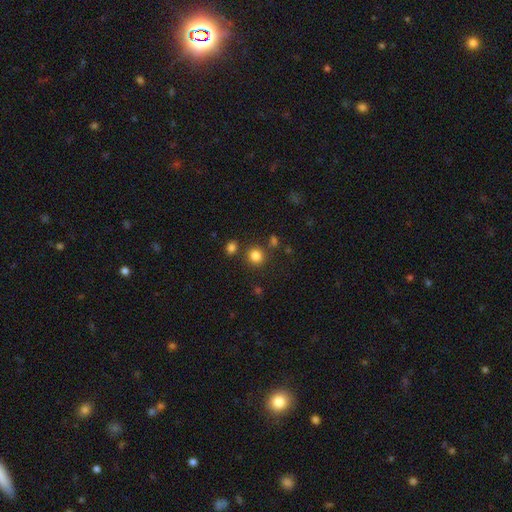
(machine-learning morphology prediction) smooth_or_featured: smooth (p=0.82) [alt: star or artifact p=0.13]
how_rounded: round (p=0.88) [alt: in between p=0.11]
merging: none (p=0.81) [alt: minor disturbance p=0.08]